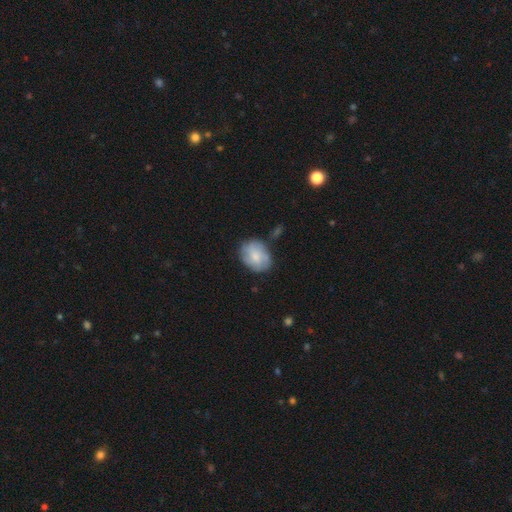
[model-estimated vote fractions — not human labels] Smooth or featured: smooth — 63% (featured or disk — 31%)
How rounded: in between — 61% (round — 37%)
Merging: none — 65% (minor disturbance — 23%)